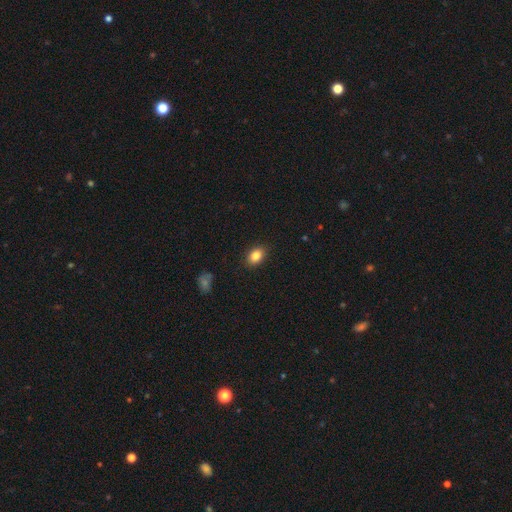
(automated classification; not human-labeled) Overall: smooth (84%). How rounded: in between (78%). Merging: none (88%).